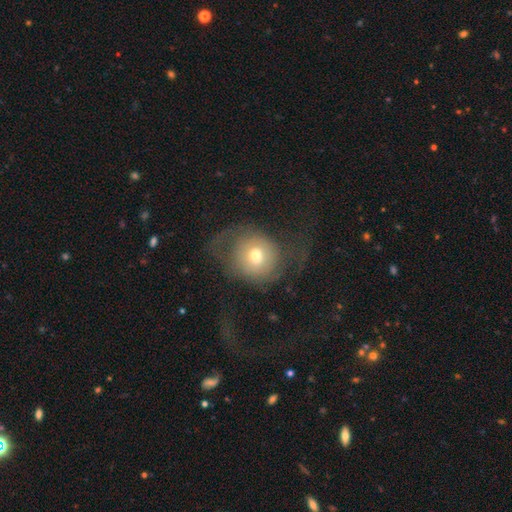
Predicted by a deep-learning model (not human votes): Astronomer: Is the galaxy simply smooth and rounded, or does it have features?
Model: smooth — 55% (runner-up: featured or disk, 35%).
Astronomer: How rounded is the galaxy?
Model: round — 83%.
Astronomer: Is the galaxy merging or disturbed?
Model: major disturbance — 46% (runner-up: none, 36%).